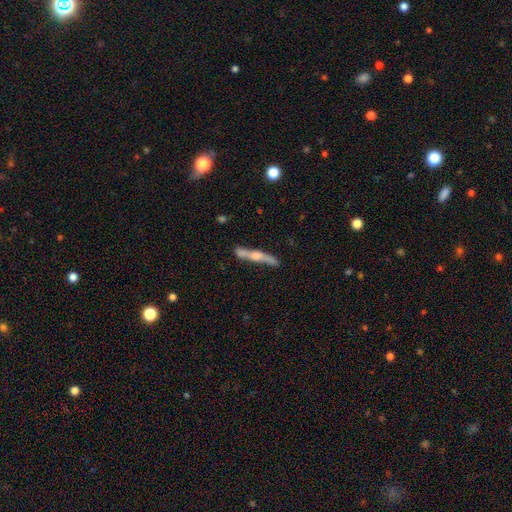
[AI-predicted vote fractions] A featured or disk galaxy (61%) viewed edge-on (90%) with a rounded central bulge (78%). Merging: none (65%).